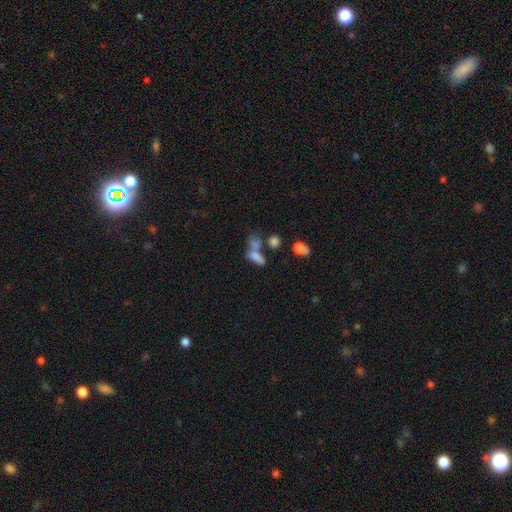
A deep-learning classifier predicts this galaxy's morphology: Overall: smooth (60%; featured or disk 22%). How rounded: in between (60%; cigar-shaped 26%). Merging: merger (43%; none 32%).